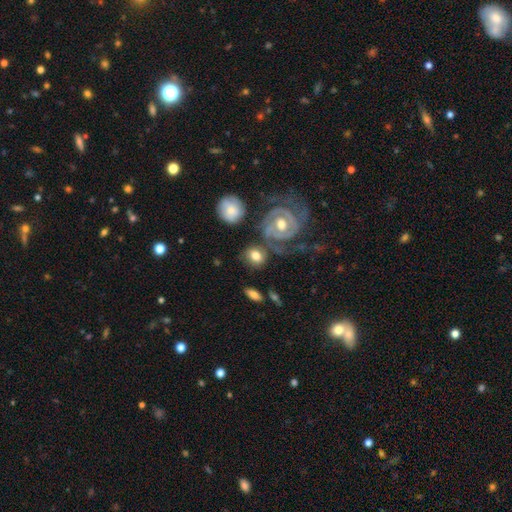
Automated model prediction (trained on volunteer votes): Morphology: type=smooth (60%); roundness=round (59%); merging=none (60%).